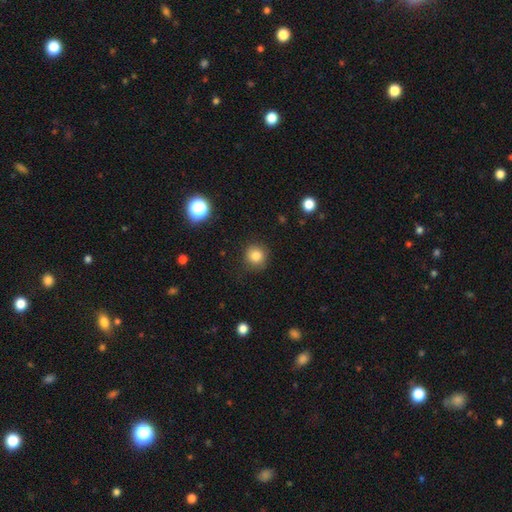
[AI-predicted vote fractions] smooth-or-featured: smooth: 82% | star or artifact: 12% | featured or disk: 6%
  how-rounded: round: 91% | in between: 8% | cigar-shaped: 1%
  merging: none: 86% | minor disturbance: 10% | major disturbance: 3% | merger: 1%